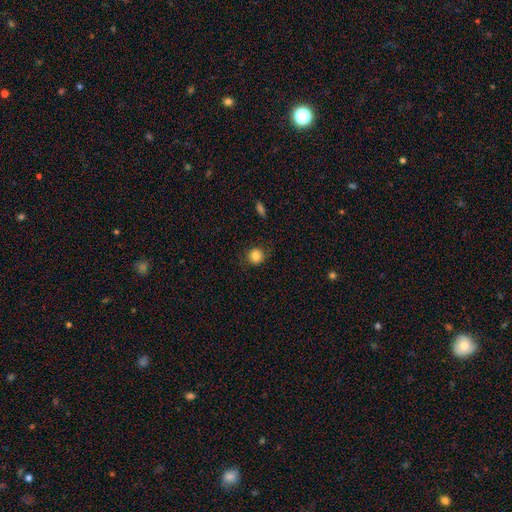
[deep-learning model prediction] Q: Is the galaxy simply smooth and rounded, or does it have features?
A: smooth — 84%.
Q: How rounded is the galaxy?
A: round — 88%.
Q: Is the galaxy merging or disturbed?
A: none — 83%.